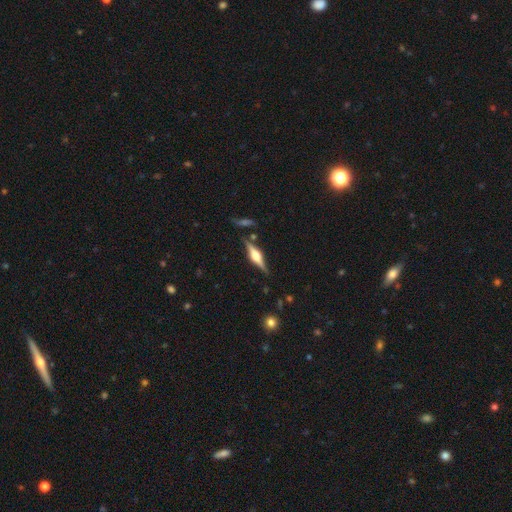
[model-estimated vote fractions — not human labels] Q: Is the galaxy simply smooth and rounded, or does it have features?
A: featured or disk — 77%.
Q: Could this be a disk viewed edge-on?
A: yes — 97%.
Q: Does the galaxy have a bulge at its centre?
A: rounded — 91%.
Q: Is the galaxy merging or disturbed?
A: none — 81%.